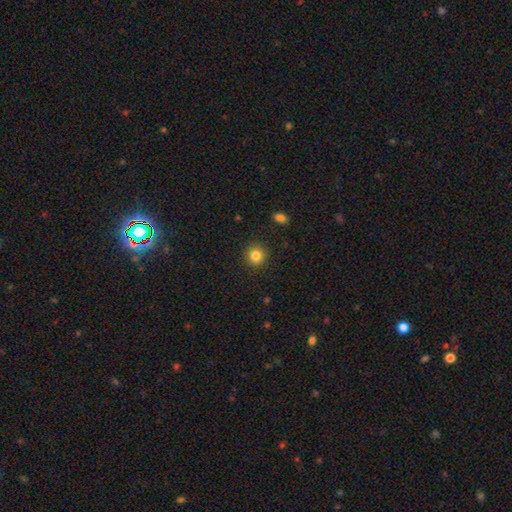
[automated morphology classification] The model was most divided on "smooth or featured": smooth: 83%, star or artifact: 11%, featured or disk: 5%. More confident: how rounded — round (91%); merging — none (91%).